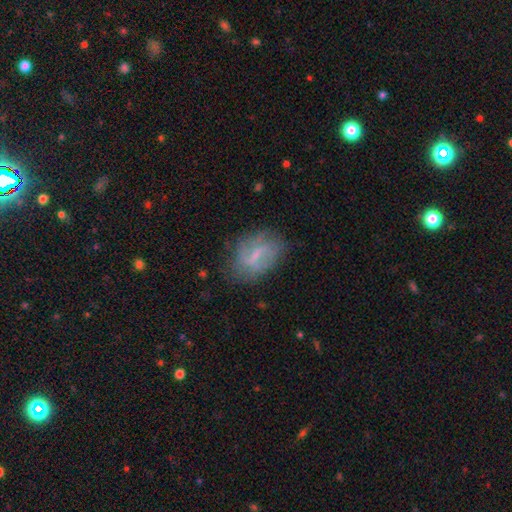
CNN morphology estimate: Smooth or featured? Predicted: featured or disk (p=0.58). Edge-on disk? Predicted: no (p=0.95). Bar? Predicted: weak (p=0.51). Spiral arms? Predicted: yes (p=0.62). Bulge size? Predicted: small (p=0.49). Merging? Predicted: none (p=0.65).